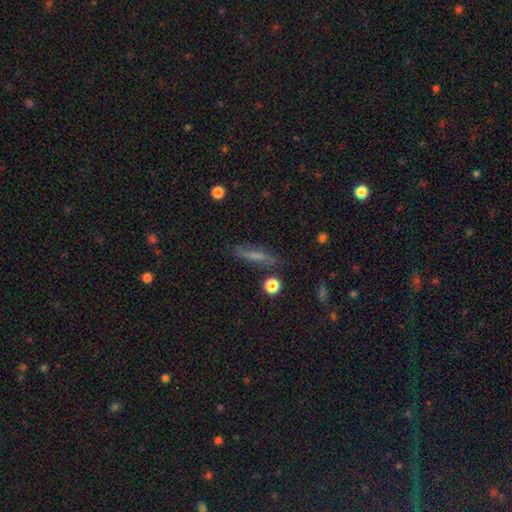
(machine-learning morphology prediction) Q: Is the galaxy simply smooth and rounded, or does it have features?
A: smooth — 59%.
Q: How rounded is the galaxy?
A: cigar-shaped — 77%.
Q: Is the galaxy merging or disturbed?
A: none — 76%.